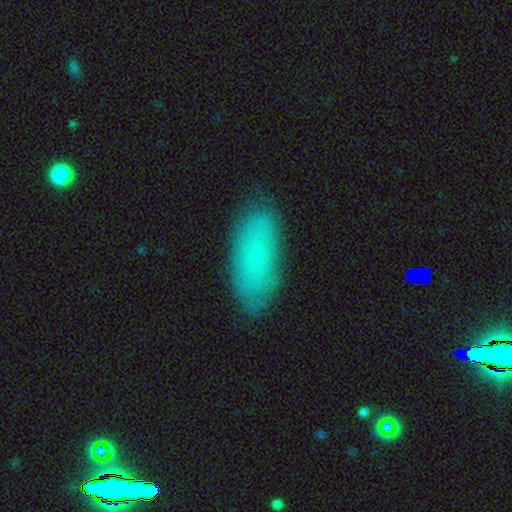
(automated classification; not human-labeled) Overall: smooth (71%). How rounded: in between (81%). Merging: none (85%).